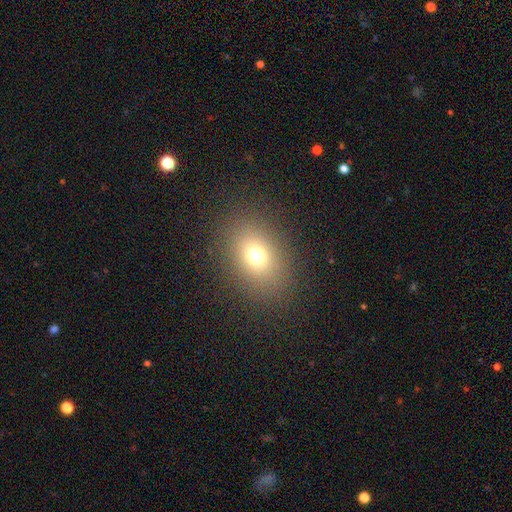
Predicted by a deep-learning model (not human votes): Smooth or featured? smooth (70%)
How rounded? in between (57%)
Merging? none (85%)